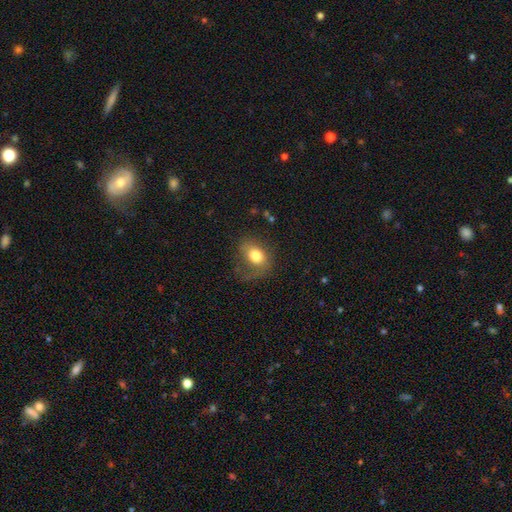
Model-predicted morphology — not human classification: Smooth or featured? smooth (72%)
How rounded? in between (68%)
Merging? none (47%)